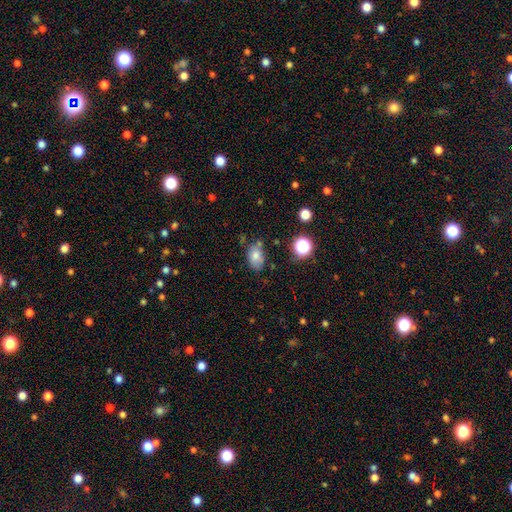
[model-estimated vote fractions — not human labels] The model was most divided on "merging": none: 61%, minor disturbance: 25%, merger: 7%, major disturbance: 7%. More confident: how rounded — in between (81%); smooth or featured — smooth (75%).